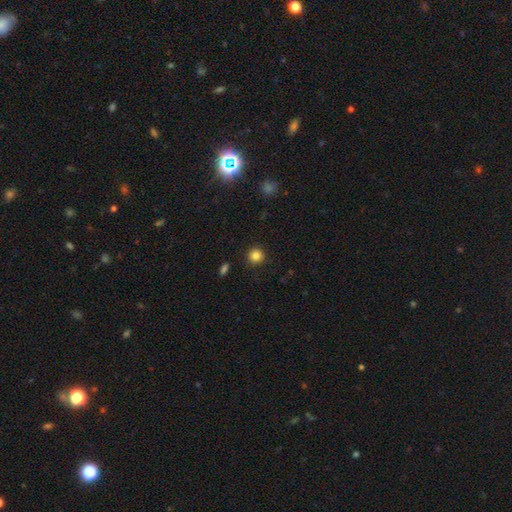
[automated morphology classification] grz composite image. It shows a smooth galaxy with no disk features (84%) that is round (94%). Merging: none (91%).